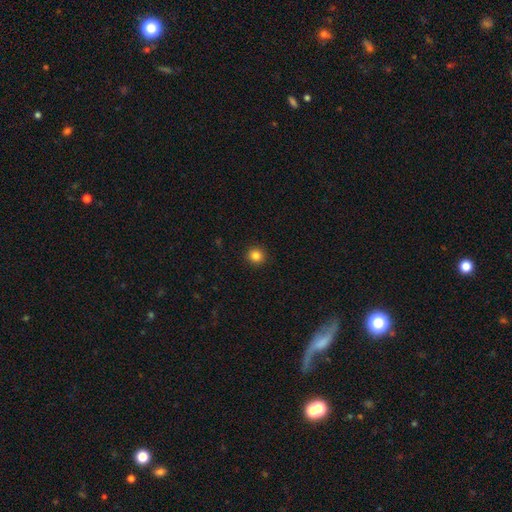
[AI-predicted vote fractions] Overall: smooth (84%). How rounded: round (94%). Merging: none (93%).